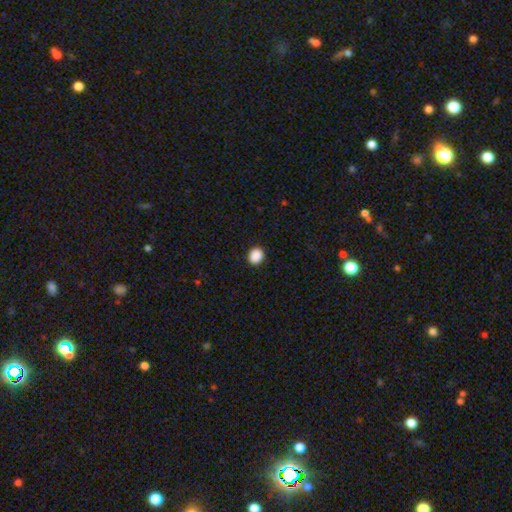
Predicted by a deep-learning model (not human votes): A smooth galaxy with no disk features (90%) that is round (66%). Merging: none (91%).